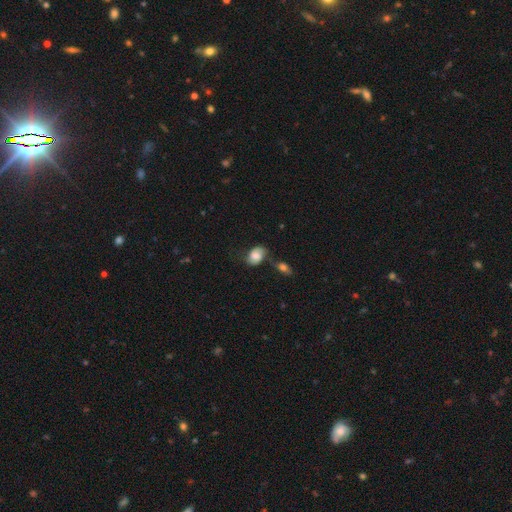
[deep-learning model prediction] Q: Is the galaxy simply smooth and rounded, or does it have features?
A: smooth — 67%.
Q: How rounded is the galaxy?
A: in between — 76%.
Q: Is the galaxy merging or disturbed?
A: none — 45%.